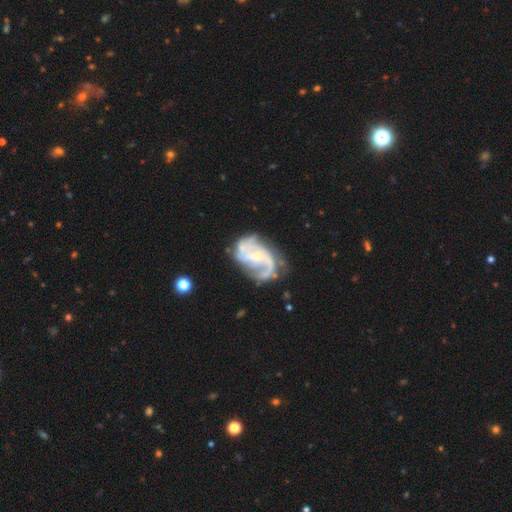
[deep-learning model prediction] smooth_or_featured: featured or disk (p=0.87) [alt: smooth p=0.07]
disk_edge_on: no (p=0.98) [alt: yes p=0.02]
bar: no (p=0.47) [alt: weak p=0.41]
has_spiral_arms: yes (p=0.95) [alt: no p=0.05]
spiral_winding: medium (p=0.48) [alt: loose p=0.31]
spiral_arm_count: 2 (p=0.61) [alt: 3 p=0.14]
bulge_size: small (p=0.66) [alt: moderate p=0.23]
merging: none (p=0.53) [alt: minor disturbance p=0.23]